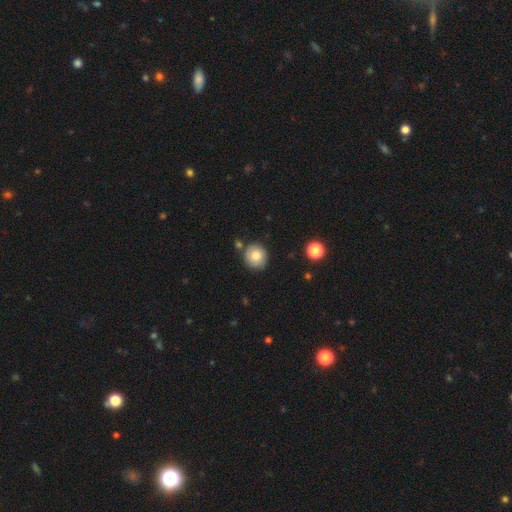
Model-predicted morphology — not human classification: A smooth galaxy with no disk features (81%) that is round (87%).

Vote fractions:
- Smooth or featured? smooth: 81% / featured or disk: 11% / star or artifact: 9%
- How rounded? round: 87% / in between: 12% / cigar-shaped: 1%
- Merging? none: 80% / minor disturbance: 12% / merger: 6% / major disturbance: 3%